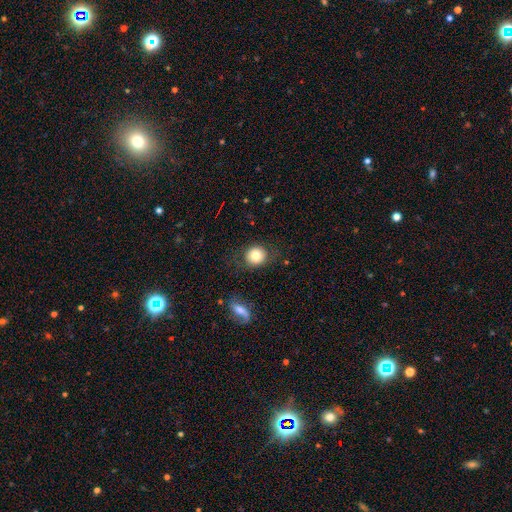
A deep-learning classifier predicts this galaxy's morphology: Q: Smooth or featured?
A: smooth (78%); runner-up: featured or disk (13%)
Q: How rounded?
A: round (85%); runner-up: in between (14%)
Q: Merging?
A: none (77%); runner-up: minor disturbance (13%)